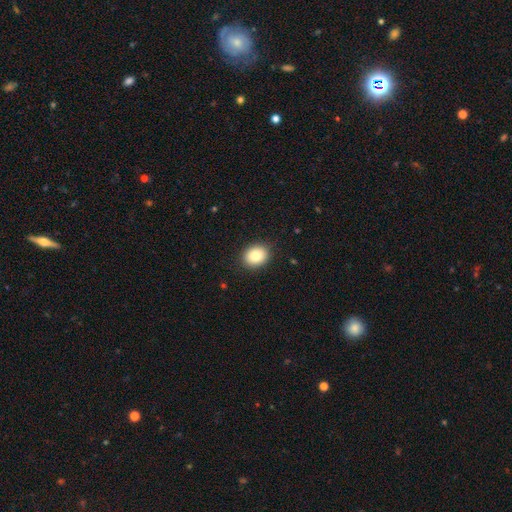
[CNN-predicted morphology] Smooth or featured? Predicted: smooth (p=0.84). How rounded? Predicted: round (p=0.52). Merging? Predicted: none (p=0.89).